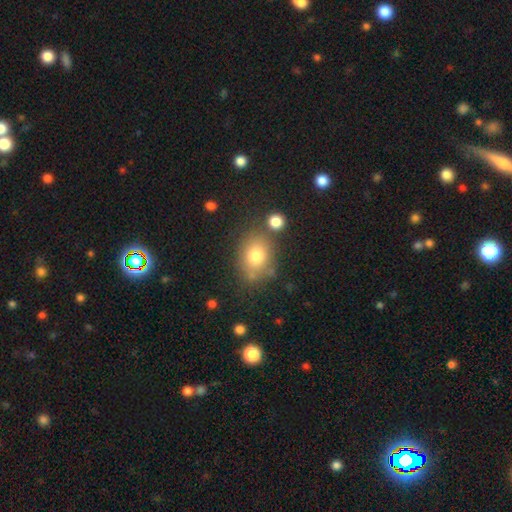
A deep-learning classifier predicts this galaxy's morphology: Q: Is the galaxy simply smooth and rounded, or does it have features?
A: smooth — 76%.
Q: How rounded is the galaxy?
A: in between — 52%.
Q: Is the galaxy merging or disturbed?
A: none — 69%.